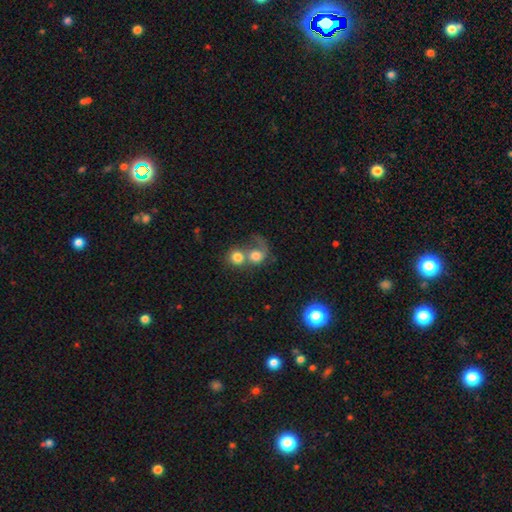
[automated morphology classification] Smooth or featured: smooth — 61% (featured or disk — 29%)
How rounded: round — 74% (in between — 25%)
Merging: merger — 67% (none — 14%)